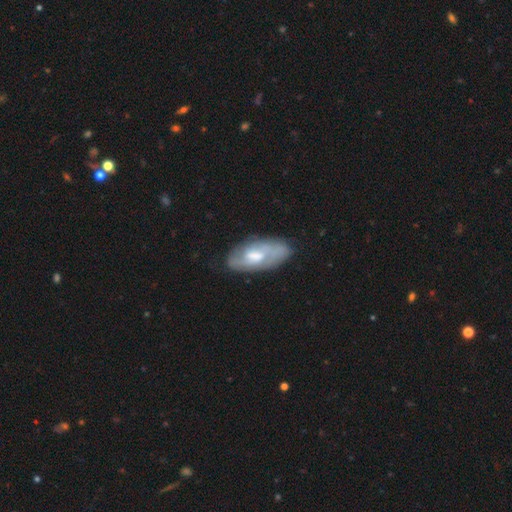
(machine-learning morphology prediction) Smooth or featured: featured or disk — 54% (smooth — 40%)
Edge-on disk: no — 88% (yes — 12%)
Merging: none — 66% (minor disturbance — 24%)